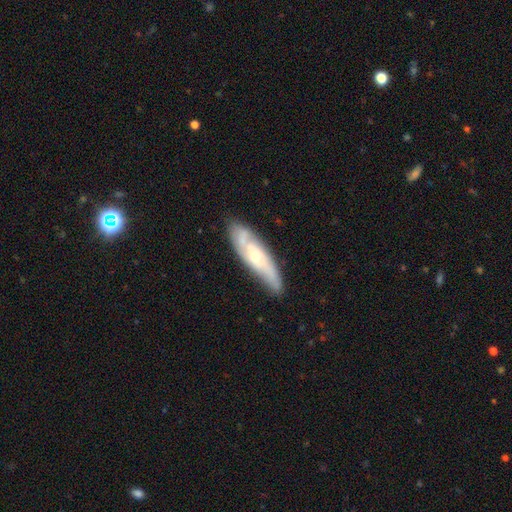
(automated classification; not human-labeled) featured or disk 67%, smooth 27%, star or artifact 6%. Down the decision tree: edge-on disk — no (71%); merging — none (76%).